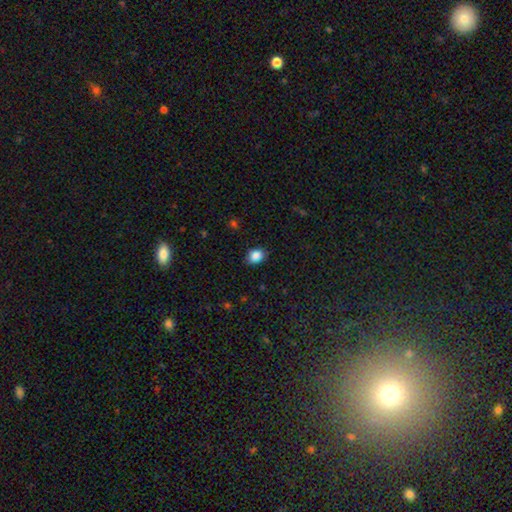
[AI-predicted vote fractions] A smooth galaxy with no disk features (86%) that is in between round and cigar-shaped (56%). Merging: none (84%).